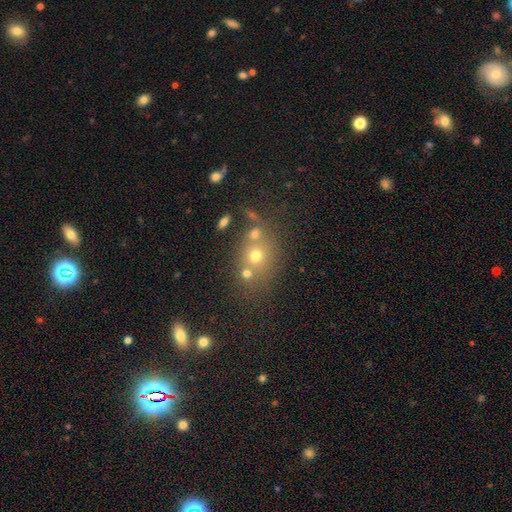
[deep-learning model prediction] smooth-or-featured: smooth: 60% | star or artifact: 21% | featured or disk: 19%
  how-rounded: round: 71% | in between: 27% | cigar-shaped: 1%
  merging: none: 54% | merger: 29% | minor disturbance: 11% | major disturbance: 6%